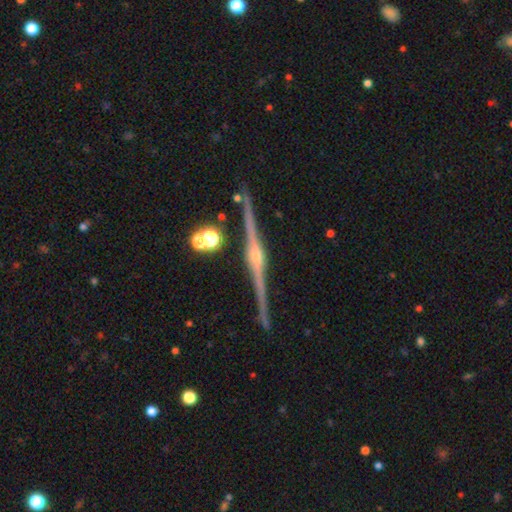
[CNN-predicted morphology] Smooth or featured? Predicted: featured or disk (p=0.90). Edge-on disk? Predicted: yes (p=0.99). Edge-on bulge? Predicted: rounded (p=0.86). Merging? Predicted: none (p=0.90).